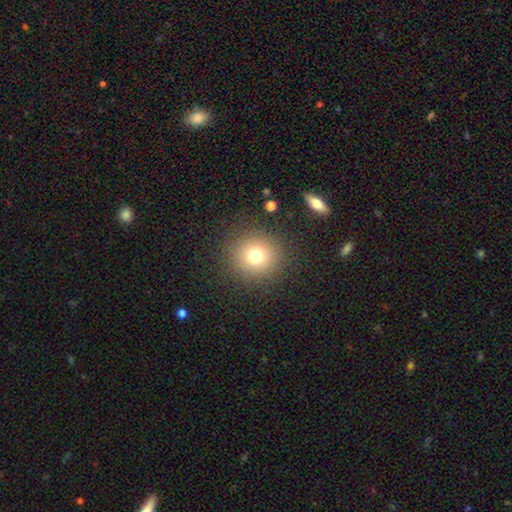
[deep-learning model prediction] Morphology: type=smooth (74%); roundness=round (94%); merging=none (88%).